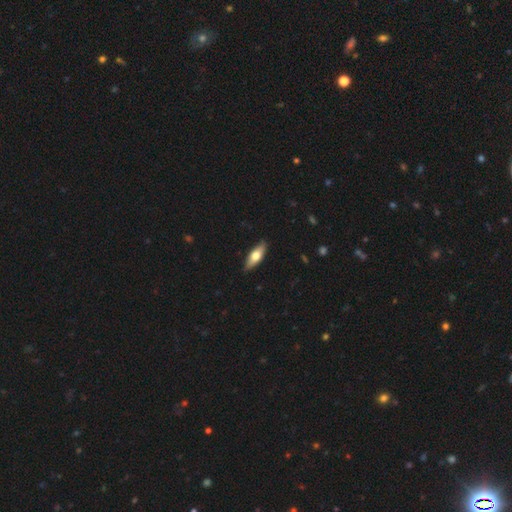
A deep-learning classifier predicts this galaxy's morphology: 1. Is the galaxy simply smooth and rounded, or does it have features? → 61% smooth, 34% featured or disk, 5% star or artifact.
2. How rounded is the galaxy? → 57% in between, 40% cigar-shaped, 2% round.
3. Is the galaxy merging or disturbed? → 88% none, 9% minor disturbance, 2% major disturbance, 1% merger.